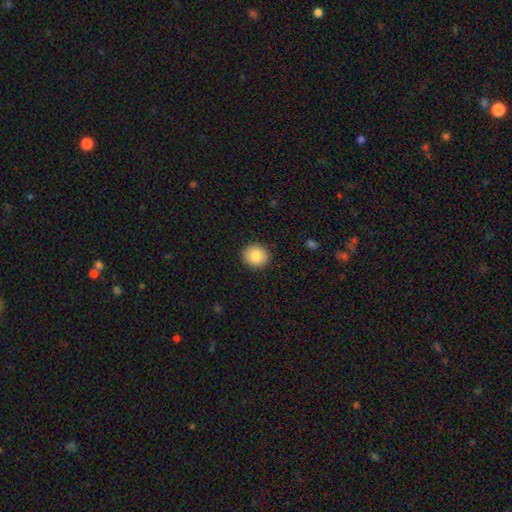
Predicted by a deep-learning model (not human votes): Smooth or featured: smooth — 86% (star or artifact — 8%)
How rounded: round — 84% (in between — 15%)
Merging: none — 91% (minor disturbance — 6%)